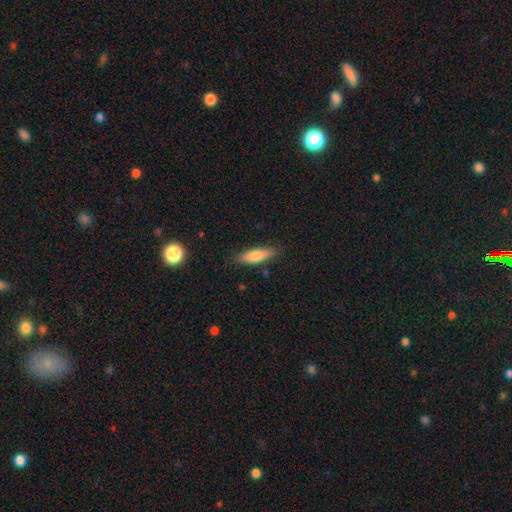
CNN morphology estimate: This is likely a smooth galaxy (75%). How rounded: possibly cigar-shaped (54%). Merging: clearly none (84%).